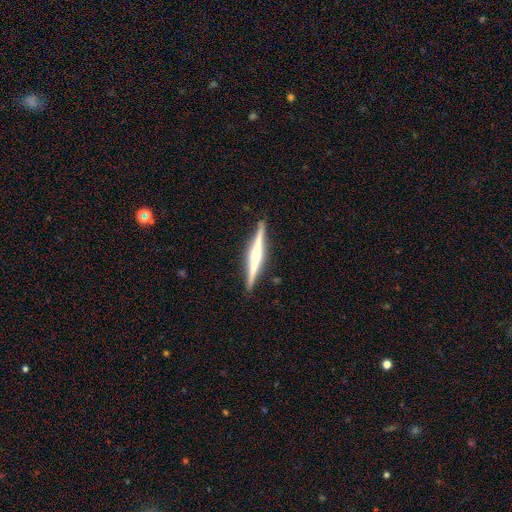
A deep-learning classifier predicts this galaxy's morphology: Smooth or featured?
  - featured or disk: 73% *
  - smooth: 22%
  - star or artifact: 5%
Edge-on disk?
  - yes: 98% *
  - no: 2%
Edge-on bulge?
  - rounded: 57% *
  - none: 24%
  - boxy: 19%
Merging?
  - none: 91% *
  - minor disturbance: 7%
  - major disturbance: 1%
  - merger: 1%